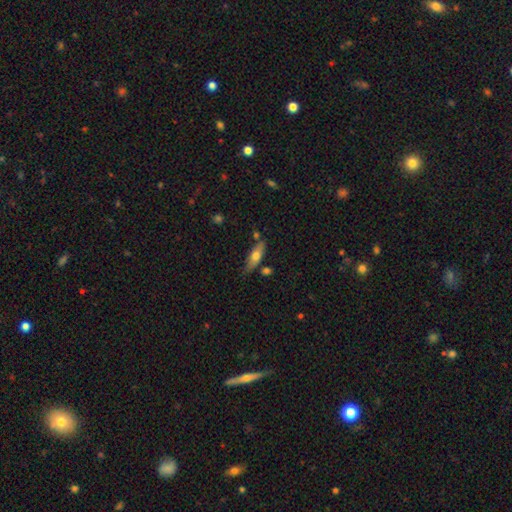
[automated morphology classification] A smooth galaxy with no disk features (65%) that is in between round and cigar-shaped (53%).

Vote fractions:
- Smooth or featured? smooth: 65% / featured or disk: 28% / star or artifact: 6%
- How rounded? in between: 53% / cigar-shaped: 44% / round: 3%
- Merging? none: 66% / minor disturbance: 21% / merger: 9% / major disturbance: 5%